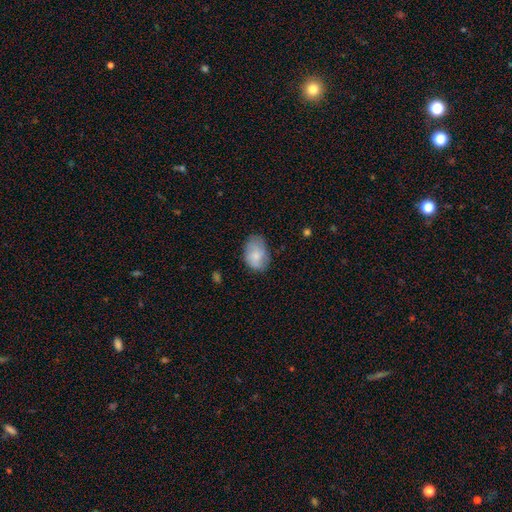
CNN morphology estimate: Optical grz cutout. It shows a smooth galaxy with no disk features (77%) that is in between round and cigar-shaped (83%). Merging: none (68%).